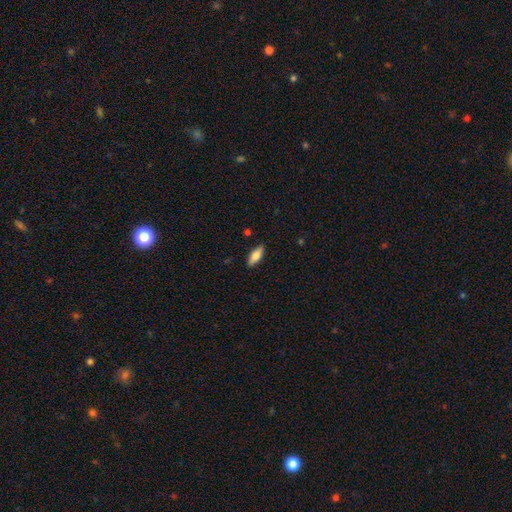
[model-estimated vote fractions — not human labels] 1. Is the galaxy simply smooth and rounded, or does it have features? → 74% smooth, 20% featured or disk, 6% star or artifact.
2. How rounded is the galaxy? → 69% in between, 29% cigar-shaped, 2% round.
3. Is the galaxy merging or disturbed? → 88% none, 9% minor disturbance, 2% major disturbance, 1% merger.